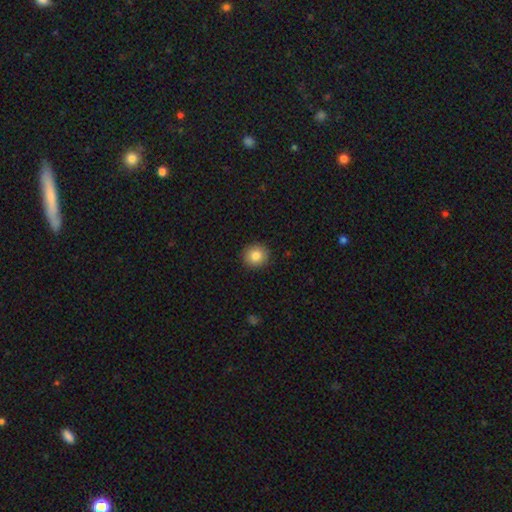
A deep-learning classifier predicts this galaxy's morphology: This is clearly a smooth galaxy (84%). How rounded: clearly round (91%). Merging: clearly none (91%).